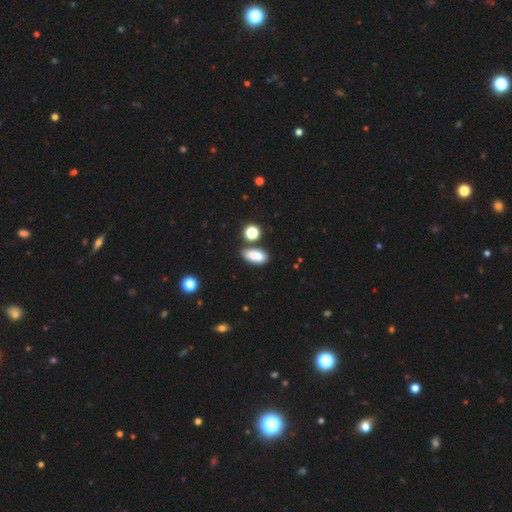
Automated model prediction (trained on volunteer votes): Q: Smooth or featured?
A: smooth (84%); runner-up: star or artifact (10%)
Q: How rounded?
A: in between (88%); runner-up: round (6%)
Q: Merging?
A: none (67%); runner-up: minor disturbance (16%)